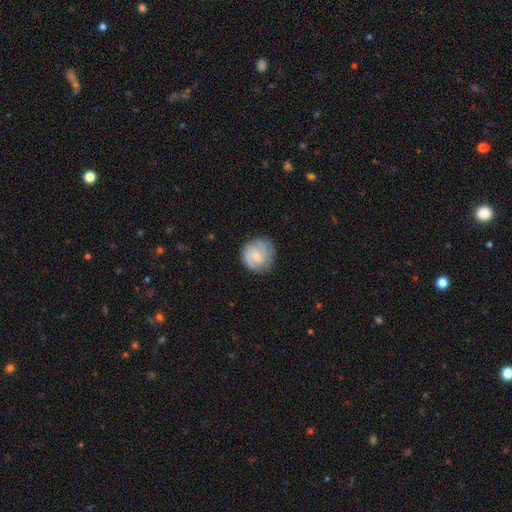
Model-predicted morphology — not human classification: Smooth or featured? featured or disk (69%)
Edge-on disk? no (98%)
Bar? no (63%)
Spiral arms? yes (95%)
Spiral winding? tight (53%)
Spiral arm count? 2 (39%)
Bulge size? small (58%)
Merging? none (81%)